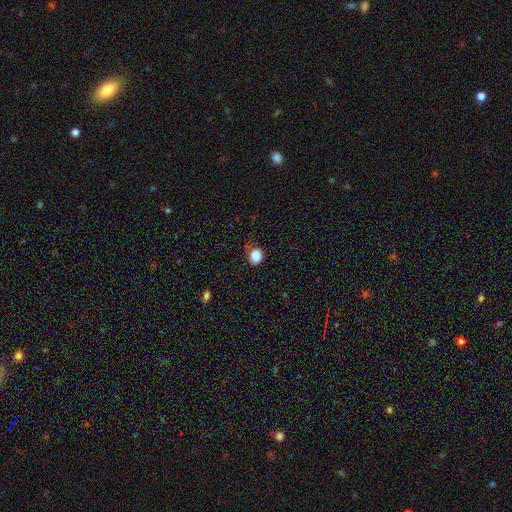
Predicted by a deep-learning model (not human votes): Overall: smooth (86%). How rounded: round (63%; in between 36%). Merging: none (78%).